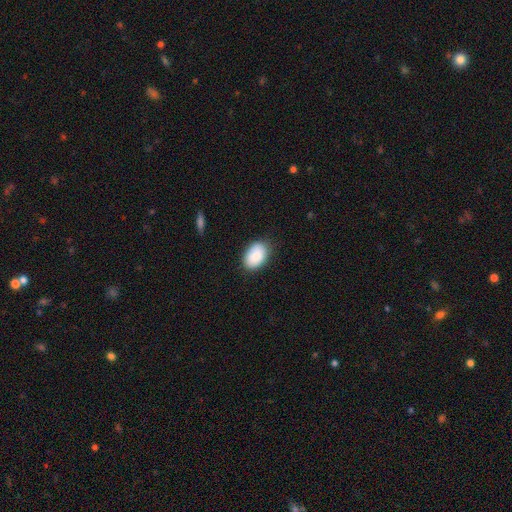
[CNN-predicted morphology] Smooth or featured?
  - smooth: 87% *
  - featured or disk: 7%
  - star or artifact: 6%
How rounded?
  - in between: 88% *
  - round: 11%
  - cigar-shaped: 1%
Merging?
  - none: 83% *
  - minor disturbance: 14%
  - major disturbance: 3%
  - merger: 1%